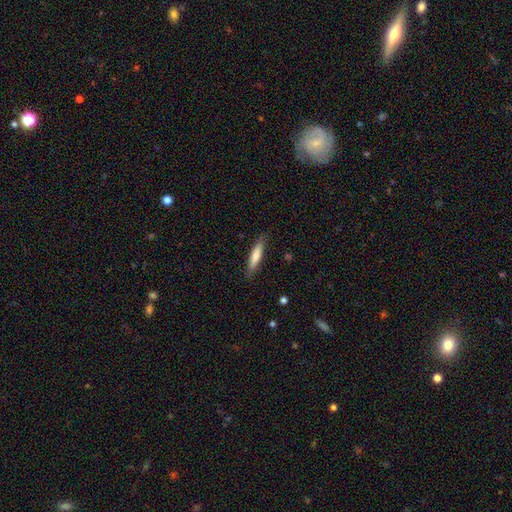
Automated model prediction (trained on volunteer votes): Smooth or featured? Predicted: smooth (p=0.74). How rounded? Predicted: cigar-shaped (p=0.82). Merging? Predicted: none (p=0.85).